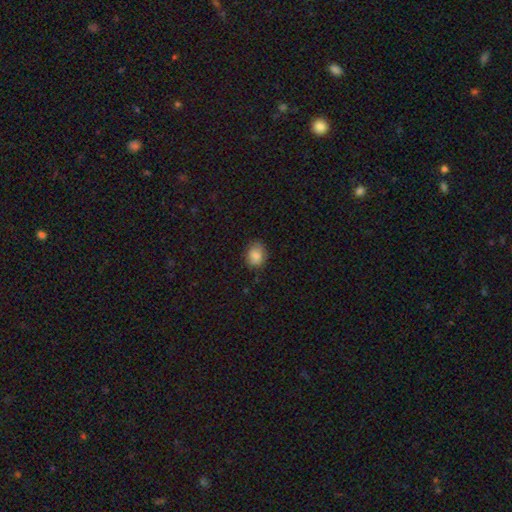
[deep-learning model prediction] Smooth or featured? Predicted: smooth (p=0.85). How rounded? Predicted: round (p=0.54). Merging? Predicted: none (p=0.78).